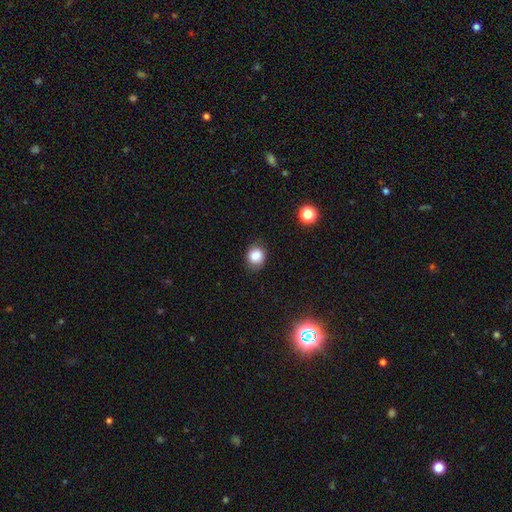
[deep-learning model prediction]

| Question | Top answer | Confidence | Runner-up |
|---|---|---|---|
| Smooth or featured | smooth | 83% | star or artifact (11%) |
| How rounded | round | 69% | in between (30%) |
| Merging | none | 84% | minor disturbance (12%) |